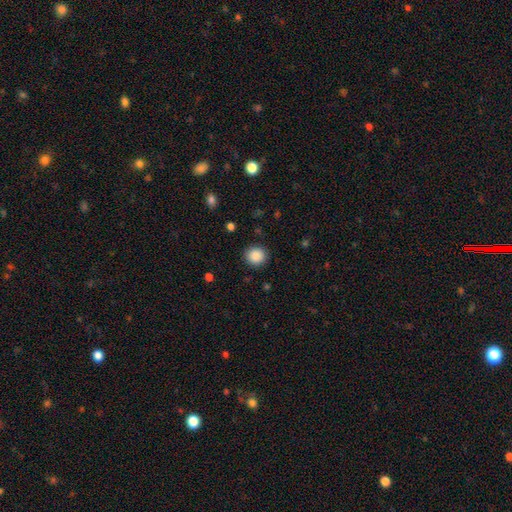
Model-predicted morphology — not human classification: Overall: smooth (88%). How rounded: round (88%). Merging: none (90%).